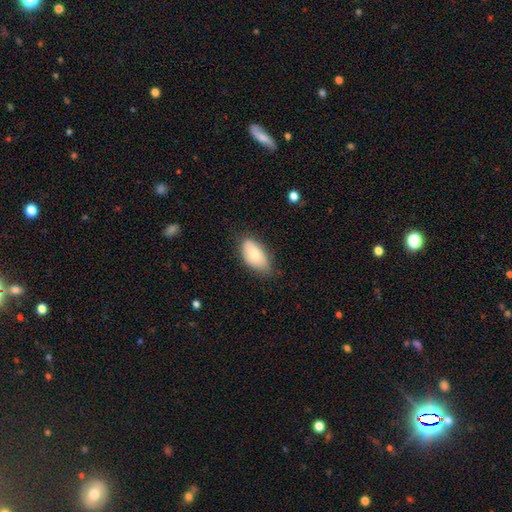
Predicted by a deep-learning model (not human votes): Smooth or featured? Predicted: smooth (p=0.81). How rounded? Predicted: in between (p=0.94). Merging? Predicted: none (p=0.65).